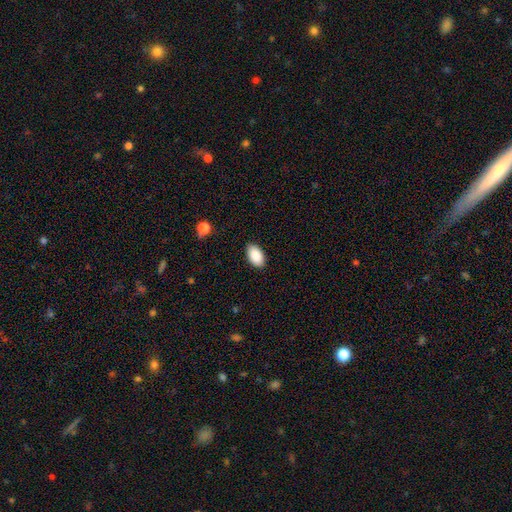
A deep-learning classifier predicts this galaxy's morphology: Overall: smooth (89%). How rounded: in between (94%). Merging: none (88%).